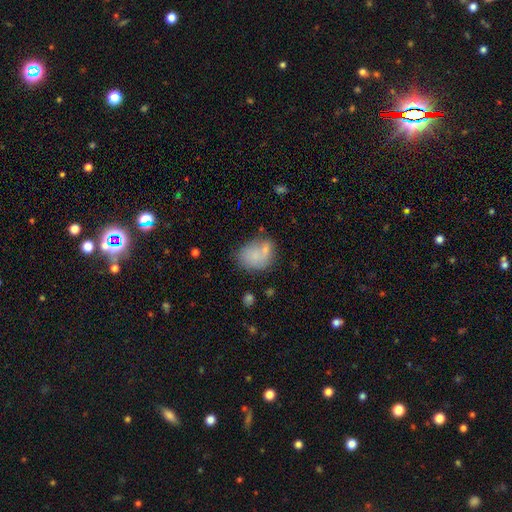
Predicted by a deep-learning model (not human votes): smooth_or_featured: smooth (p=0.71) [alt: featured or disk p=0.20]
how_rounded: in between (p=0.57) [alt: round p=0.42]
merging: none (p=0.41) [alt: merger p=0.27]